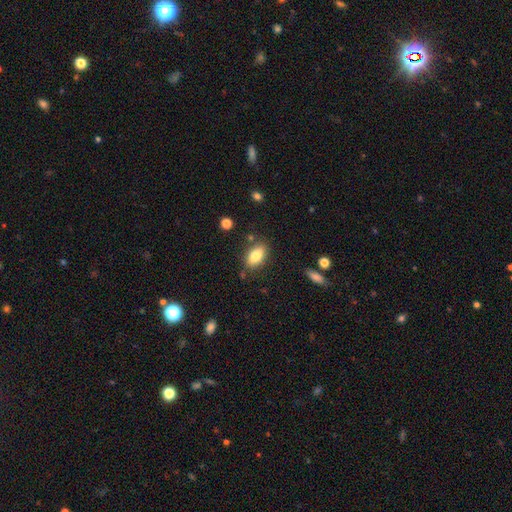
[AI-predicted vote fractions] The model was most divided on "merging": none: 81%, minor disturbance: 12%, merger: 4%, major disturbance: 3%. More confident: how rounded — in between (90%); smooth or featured — smooth (83%).